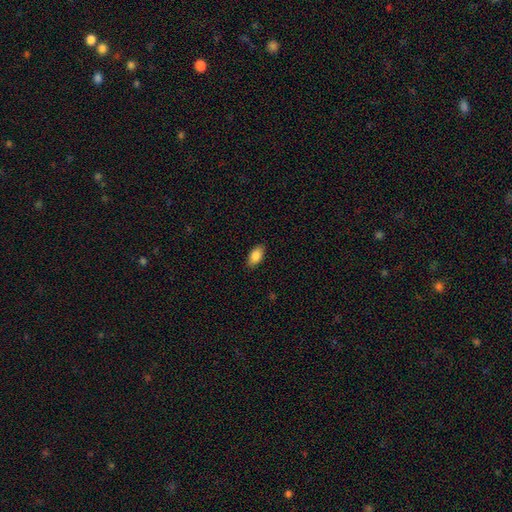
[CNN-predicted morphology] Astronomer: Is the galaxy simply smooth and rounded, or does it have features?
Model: smooth — 86%.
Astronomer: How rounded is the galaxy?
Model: in between — 92%.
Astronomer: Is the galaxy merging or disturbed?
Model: none — 87%.